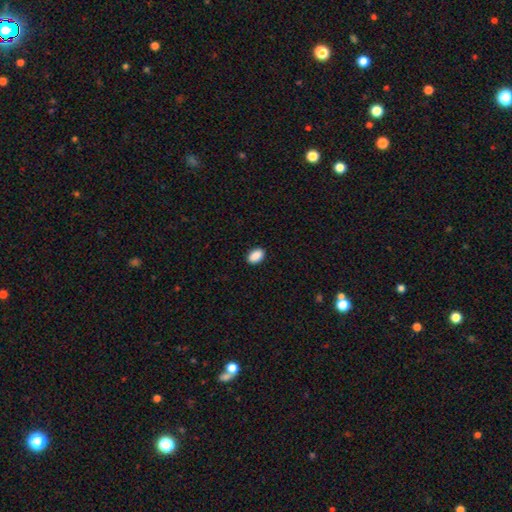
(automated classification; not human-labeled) Smooth or featured? Predicted: smooth (p=0.90). How rounded? Predicted: in between (p=0.90). Merging? Predicted: none (p=0.90).